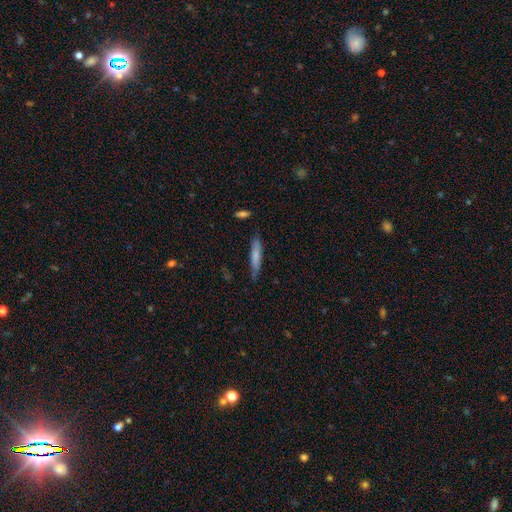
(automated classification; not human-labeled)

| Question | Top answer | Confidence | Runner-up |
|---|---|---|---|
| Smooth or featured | smooth | 73% | featured or disk (21%) |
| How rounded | cigar-shaped | 86% | in between (13%) |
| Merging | none | 74% | minor disturbance (20%) |